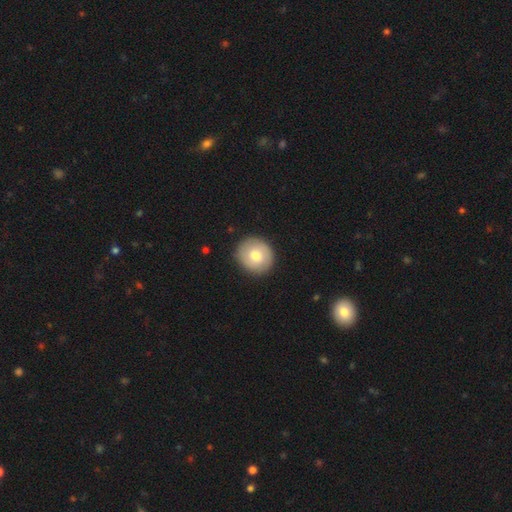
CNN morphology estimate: Smooth or featured? smooth (70%)
How rounded? round (89%)
Merging? none (89%)